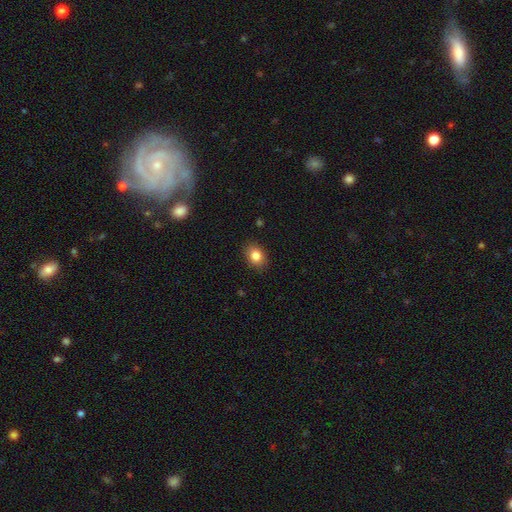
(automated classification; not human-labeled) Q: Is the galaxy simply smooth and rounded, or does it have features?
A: smooth — 84%.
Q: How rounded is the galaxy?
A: in between — 62%.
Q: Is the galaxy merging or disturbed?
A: none — 88%.